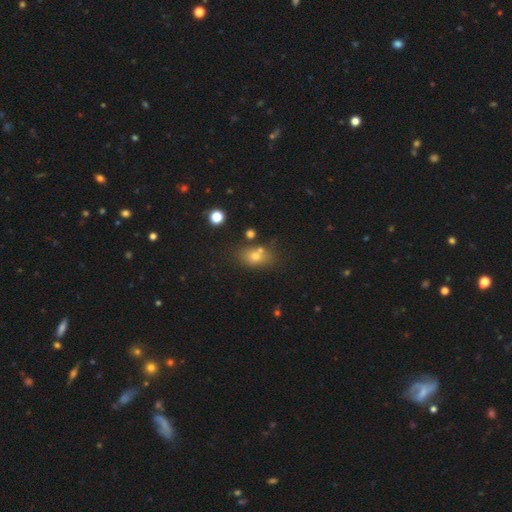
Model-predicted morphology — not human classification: Smooth or featured: smooth — 68% (star or artifact — 18%)
How rounded: in between — 67% (round — 30%)
Merging: none — 62% (merger — 19%)